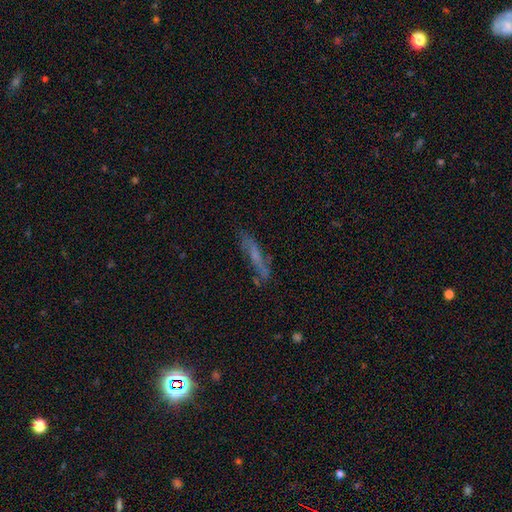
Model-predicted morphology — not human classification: Q: Smooth or featured?
A: featured or disk (46%); runner-up: smooth (38%)
Q: Merging?
A: none (68%); runner-up: minor disturbance (20%)